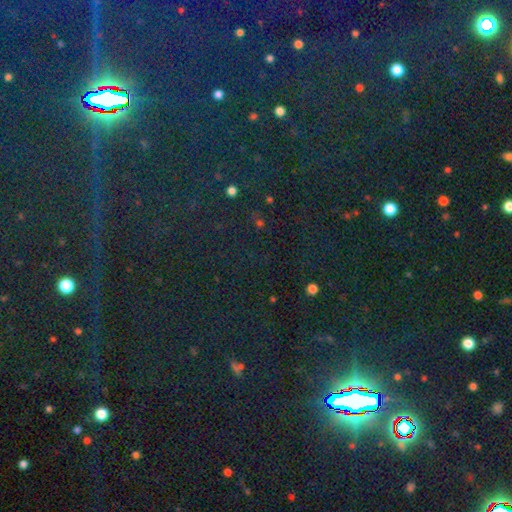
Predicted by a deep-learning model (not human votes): The model was most divided on "smooth or featured": star or artifact: 84%, smooth: 9%, featured or disk: 7%.